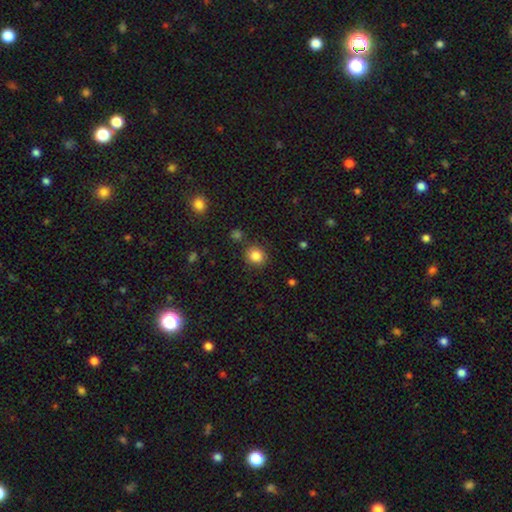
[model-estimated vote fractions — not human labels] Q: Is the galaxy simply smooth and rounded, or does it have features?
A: smooth — 85%.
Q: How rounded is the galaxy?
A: round — 85%.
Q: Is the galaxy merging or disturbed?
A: none — 85%.